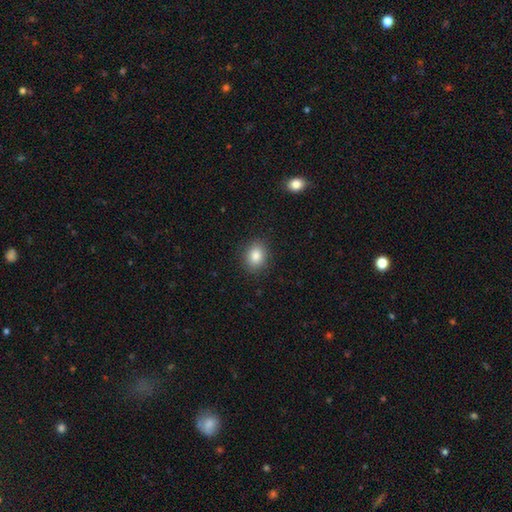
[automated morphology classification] Smooth or featured: smooth — 84% (star or artifact — 10%)
How rounded: round — 53% (in between — 46%)
Merging: none — 89% (minor disturbance — 8%)